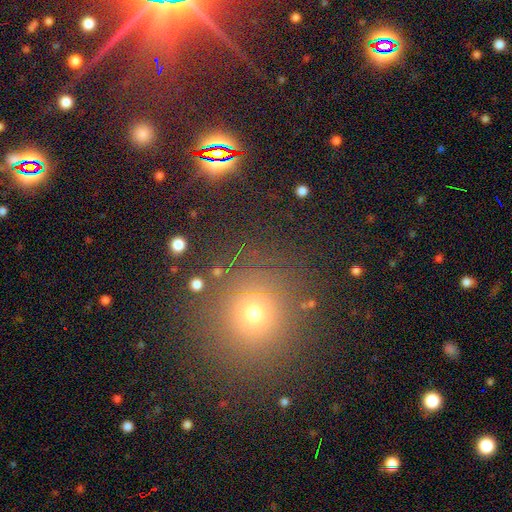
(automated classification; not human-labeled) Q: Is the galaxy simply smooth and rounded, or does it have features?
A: smooth — 46%.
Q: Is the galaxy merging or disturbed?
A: none — 87%.